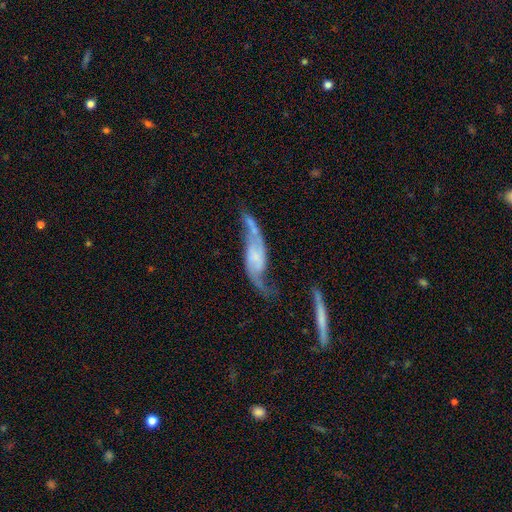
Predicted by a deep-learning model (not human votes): Smooth or featured?
  - featured or disk: 81% *
  - smooth: 12%
  - star or artifact: 6%
Edge-on disk?
  - no: 85% *
  - yes: 15%
Bar?
  - no: 47% *
  - weak: 36%
  - strong: 17%
Spiral arms?
  - yes: 91% *
  - no: 9%
Spiral winding?
  - loose: 78% *
  - medium: 17%
  - tight: 5%
Spiral arm count?
  - 2: 90% *
  - can't tell: 4%
  - 1: 3%
  - 3: 1%
  - 4: 1%
  - more than 4: 1%
Bulge size?
  - none: 49% *
  - small: 29%
  - moderate: 14%
  - large: 5%
  - dominant: 2%
Merging?
  - none: 46% *
  - minor disturbance: 23%
  - major disturbance: 18%
  - merger: 13%